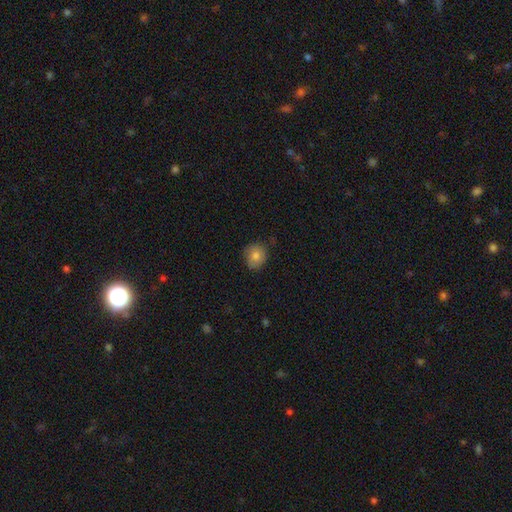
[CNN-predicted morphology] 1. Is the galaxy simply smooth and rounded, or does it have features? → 80% smooth, 11% featured or disk, 9% star or artifact.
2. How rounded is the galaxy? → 77% round, 22% in between, 1% cigar-shaped.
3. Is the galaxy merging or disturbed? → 76% none, 19% minor disturbance, 3% major disturbance, 1% merger.